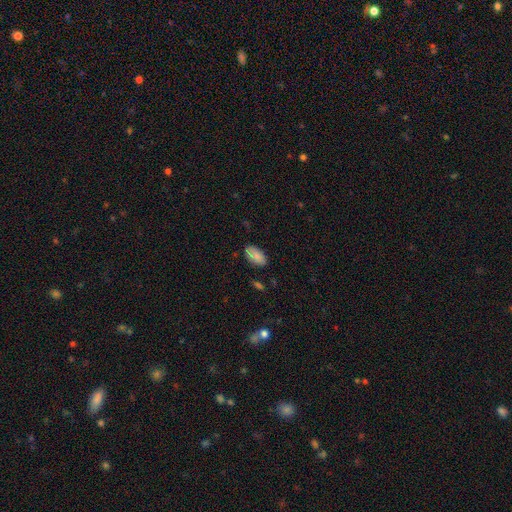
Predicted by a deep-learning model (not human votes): Smooth or featured?
  - smooth: 83% *
  - featured or disk: 9%
  - star or artifact: 7%
How rounded?
  - in between: 94% *
  - cigar-shaped: 3%
  - round: 3%
Merging?
  - none: 78% *
  - minor disturbance: 17%
  - major disturbance: 3%
  - merger: 2%